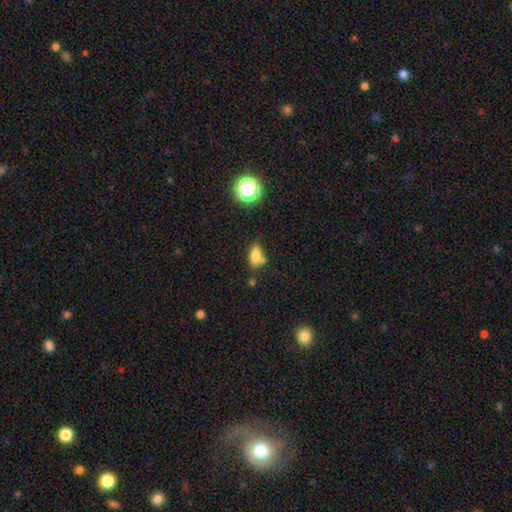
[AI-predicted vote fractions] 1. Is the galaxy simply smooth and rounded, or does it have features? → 78% smooth, 12% star or artifact, 10% featured or disk.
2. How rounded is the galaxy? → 85% in between, 8% round, 7% cigar-shaped.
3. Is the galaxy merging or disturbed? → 57% none, 20% minor disturbance, 17% merger, 6% major disturbance.